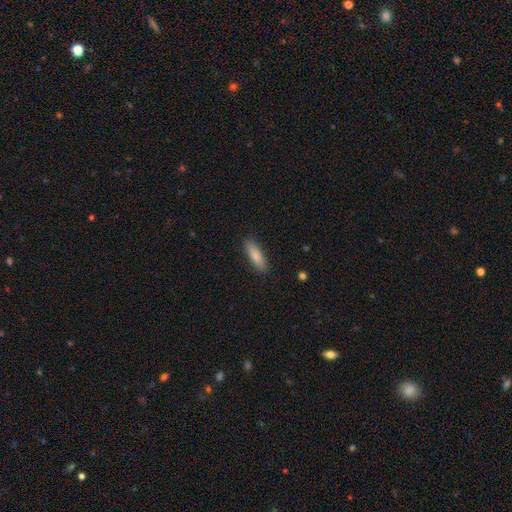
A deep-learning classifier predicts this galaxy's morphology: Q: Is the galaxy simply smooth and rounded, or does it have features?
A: smooth — 86%.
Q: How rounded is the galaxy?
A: in between — 52%.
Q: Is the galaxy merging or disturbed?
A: none — 87%.